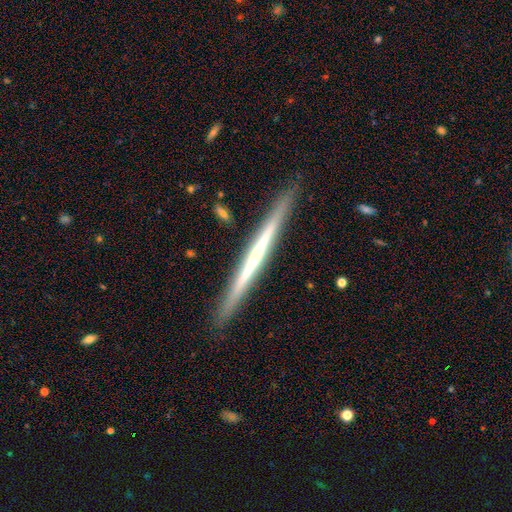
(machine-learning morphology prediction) Q: Smooth or featured?
A: featured or disk (64%); runner-up: smooth (30%)
Q: Edge-on disk?
A: yes (98%); runner-up: no (2%)
Q: Edge-on bulge?
A: none (87%); runner-up: rounded (8%)
Q: Merging?
A: none (90%); runner-up: minor disturbance (7%)